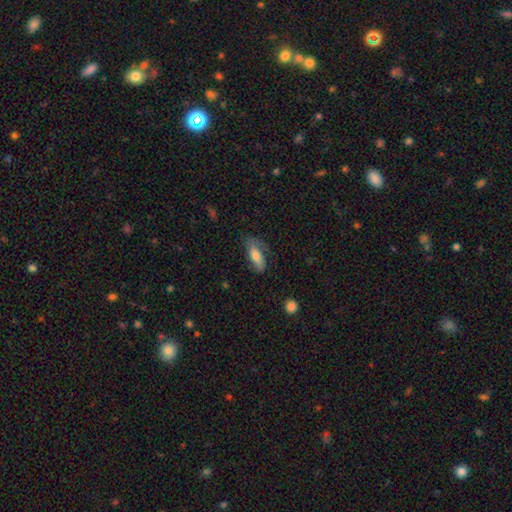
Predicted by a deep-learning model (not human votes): Morphology: type=smooth (61%); roundness=in between (73%); merging=none (60%).